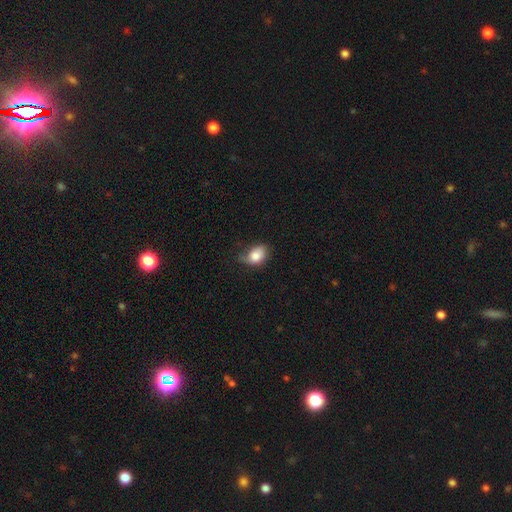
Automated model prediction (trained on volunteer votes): This is clearly a smooth galaxy (80%). How rounded: likely in between (72%). Merging: marginally none (44%).